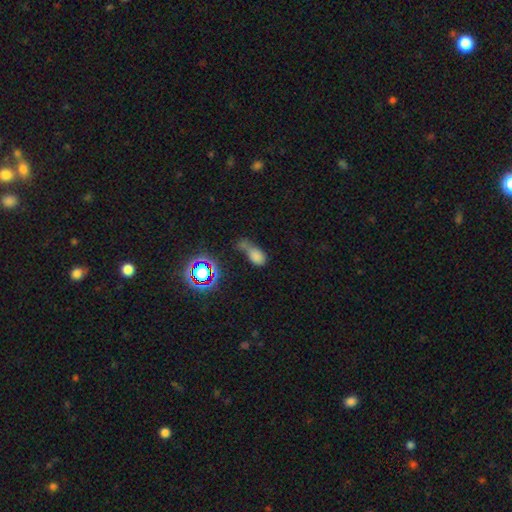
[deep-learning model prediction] Overall: smooth (70%). How rounded: in between (77%). Merging: merger (33%; none 25%).